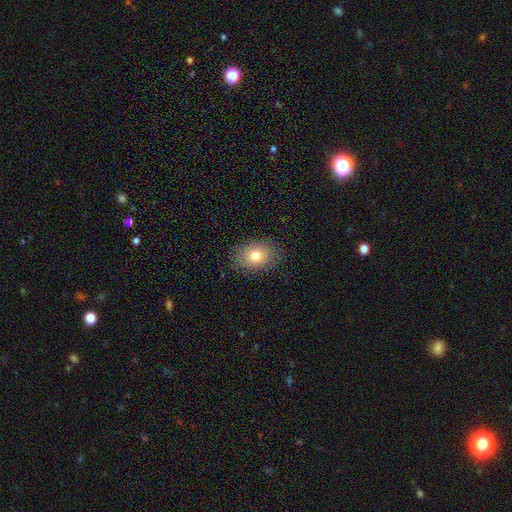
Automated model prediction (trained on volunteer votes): smooth_or_featured: smooth (p=0.76) [alt: featured or disk p=0.14]
how_rounded: in between (p=0.72) [alt: round p=0.27]
merging: none (p=0.85) [alt: minor disturbance p=0.11]